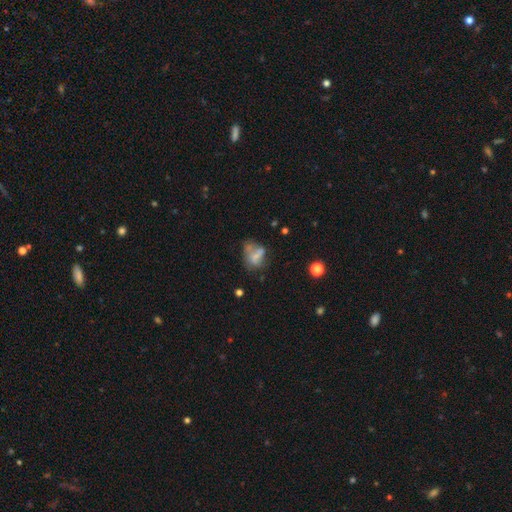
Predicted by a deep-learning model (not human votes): Smooth or featured: smooth — 49% (featured or disk — 38%)
Merging: none — 30% (major disturbance — 28%)